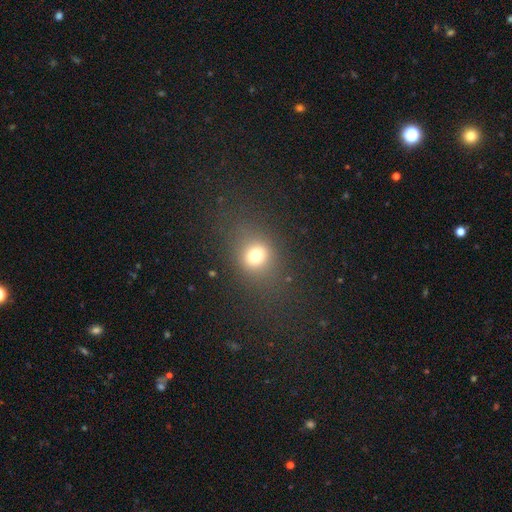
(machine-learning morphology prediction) A smooth galaxy with no disk features (72%) that is round (64%). Merging: none (74%).